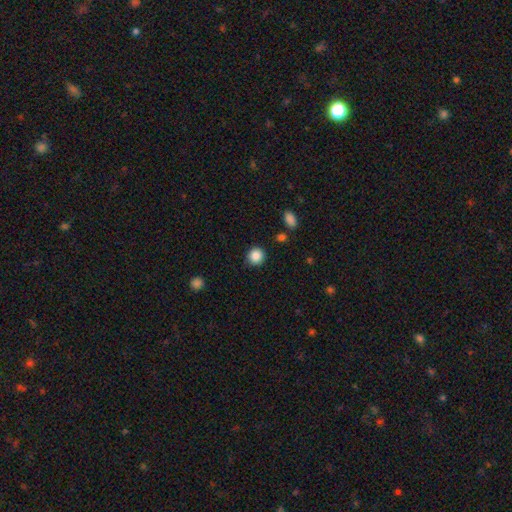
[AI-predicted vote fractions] smooth 86%, star or artifact 10%, featured or disk 4%. Down the decision tree: how rounded — round (92%); merging — none (89%).